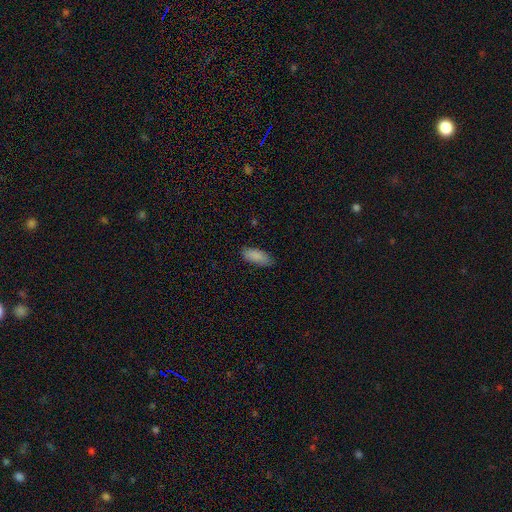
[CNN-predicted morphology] Smooth or featured: smooth — 88% (star or artifact — 7%)
How rounded: in between — 82% (cigar-shaped — 16%)
Merging: none — 81% (minor disturbance — 15%)